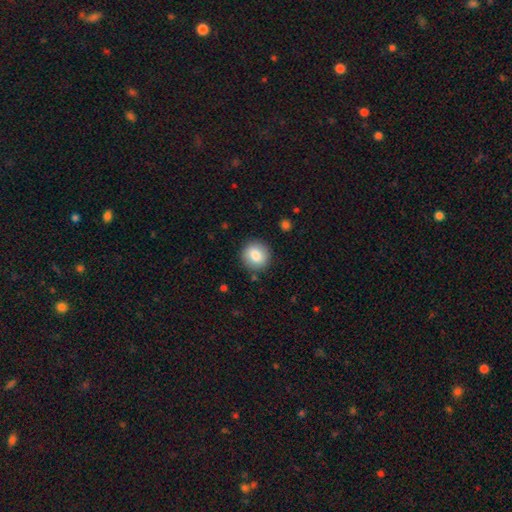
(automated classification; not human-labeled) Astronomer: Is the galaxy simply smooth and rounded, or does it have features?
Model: smooth — 83%.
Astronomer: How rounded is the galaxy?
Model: round — 90%.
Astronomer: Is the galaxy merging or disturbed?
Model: none — 88%.